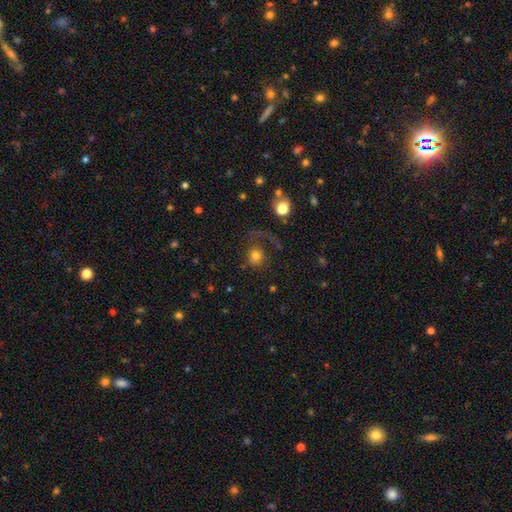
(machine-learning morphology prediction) Overall: smooth (70%). How rounded: round (84%). Merging: none (46%; major disturbance 34%).